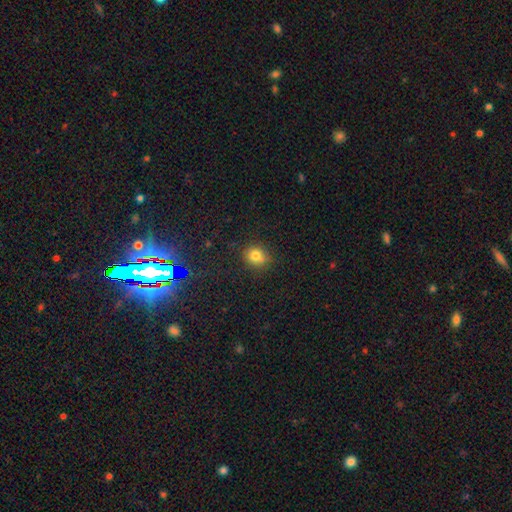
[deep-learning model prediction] smooth 78%, star or artifact 15%, featured or disk 8%. Down the decision tree: how rounded — round (74%); merging — none (76%).